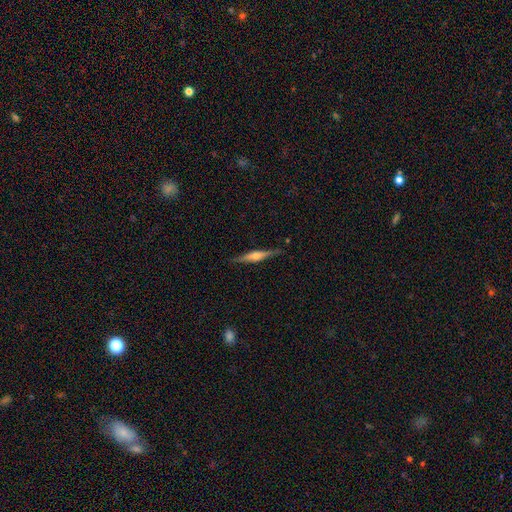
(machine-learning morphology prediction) Smooth or featured?
  - featured or disk: 72% *
  - smooth: 22%
  - star or artifact: 6%
Edge-on disk?
  - yes: 98% *
  - no: 2%
Edge-on bulge?
  - rounded: 85% *
  - boxy: 11%
  - none: 5%
Merging?
  - none: 88% *
  - minor disturbance: 9%
  - major disturbance: 2%
  - merger: 1%